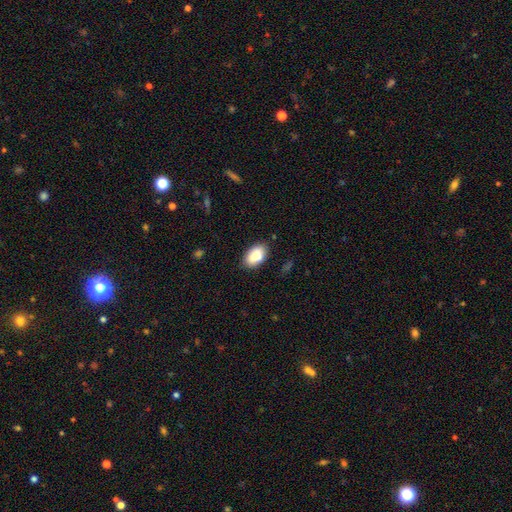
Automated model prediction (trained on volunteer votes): A smooth galaxy with no disk features (87%) that is in between round and cigar-shaped (93%).

Vote fractions:
- Smooth or featured? smooth: 87% / star or artifact: 7% / featured or disk: 6%
- How rounded? in between: 93% / round: 5% / cigar-shaped: 2%
- Merging? none: 79% / minor disturbance: 15% / major disturbance: 3% / merger: 3%